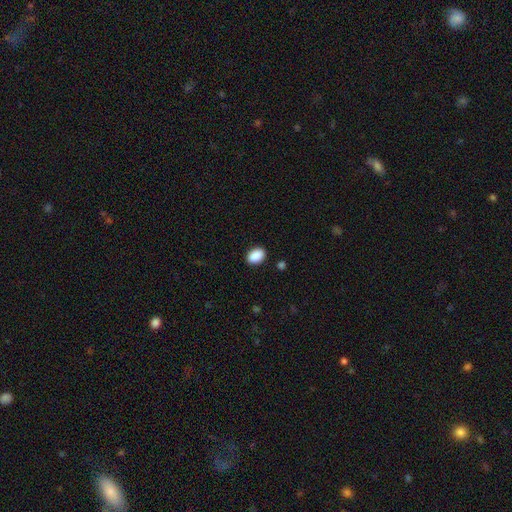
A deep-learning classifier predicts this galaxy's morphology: A smooth galaxy with no disk features (90%) that is in between round and cigar-shaped (81%).

Vote fractions:
- Smooth or featured? smooth: 90% / star or artifact: 8% / featured or disk: 3%
- How rounded? in between: 81% / round: 18% / cigar-shaped: 1%
- Merging? none: 88% / minor disturbance: 9% / major disturbance: 2% / merger: 1%